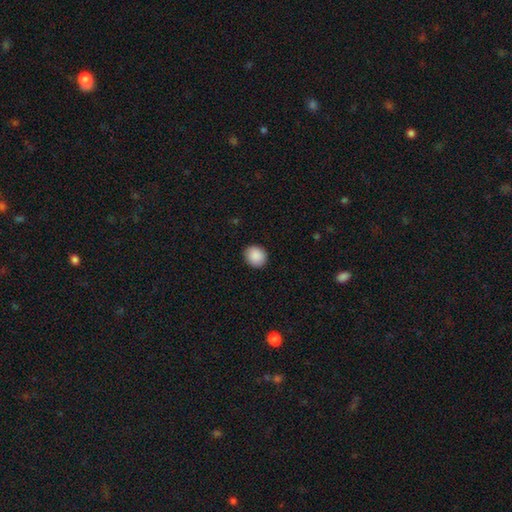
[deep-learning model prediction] Overall: smooth (90%). How rounded: round (78%). Merging: none (91%).